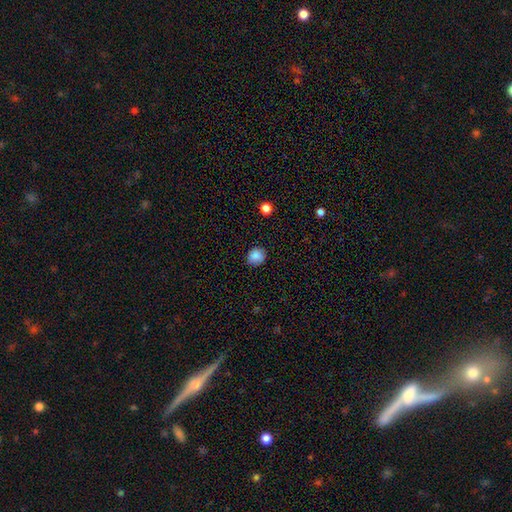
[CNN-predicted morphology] Smooth or featured? smooth (86%)
How rounded? round (82%)
Merging? none (85%)